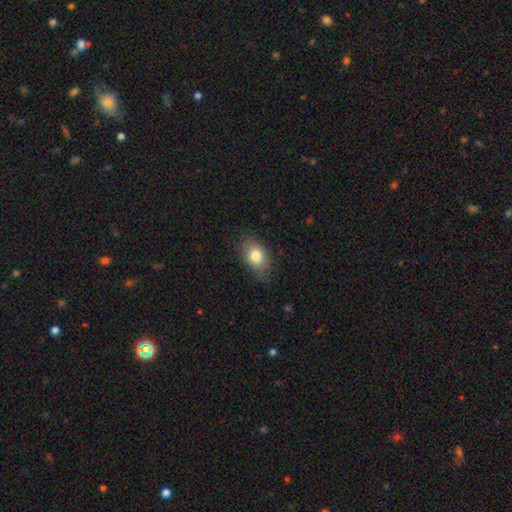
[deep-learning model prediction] A smooth galaxy with no disk features (80%) that is in between round and cigar-shaped (78%).

Vote fractions:
- Smooth or featured? smooth: 80% / featured or disk: 11% / star or artifact: 9%
- How rounded? in between: 78% / round: 20% / cigar-shaped: 2%
- Merging? none: 76% / minor disturbance: 18% / major disturbance: 4% / merger: 1%